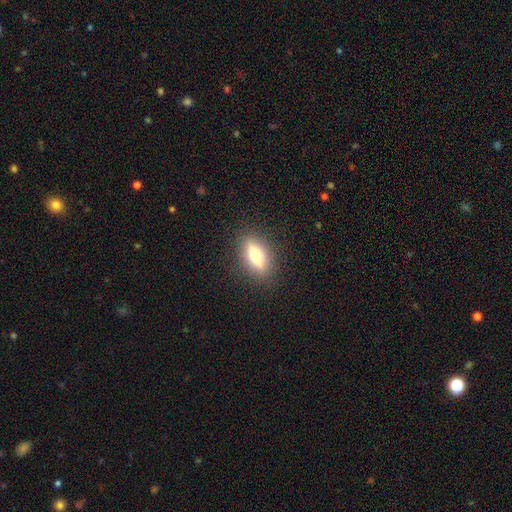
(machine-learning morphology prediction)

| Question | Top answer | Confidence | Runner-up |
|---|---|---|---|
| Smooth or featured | smooth | 55% | featured or disk (37%) |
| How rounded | cigar-shaped | 55% | in between (42%) |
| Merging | none | 88% | minor disturbance (8%) |